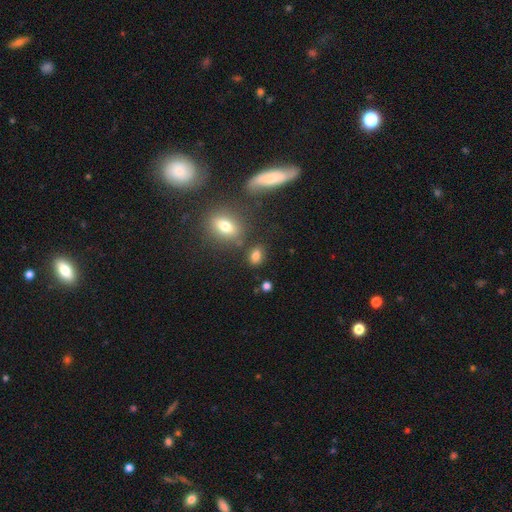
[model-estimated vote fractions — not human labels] Smooth or featured? smooth (78%)
How rounded? in between (76%)
Merging? none (76%)